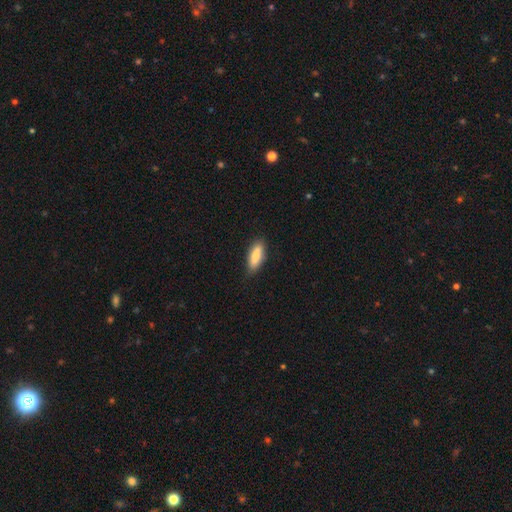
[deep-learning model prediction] smooth 75%, featured or disk 19%, star or artifact 6%. Down the decision tree: how rounded — in between (65%); merging — none (82%).